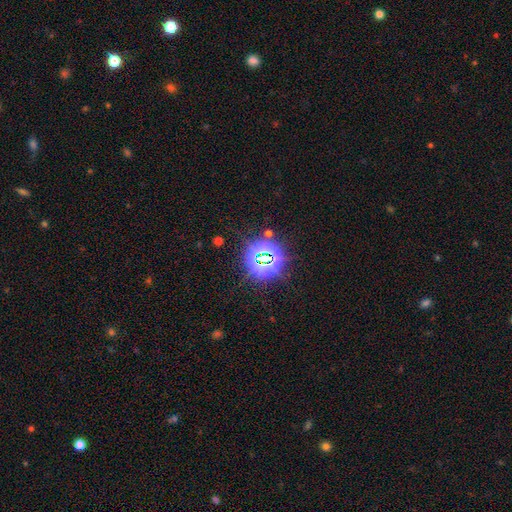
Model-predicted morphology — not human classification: Overall: star or artifact (79%).